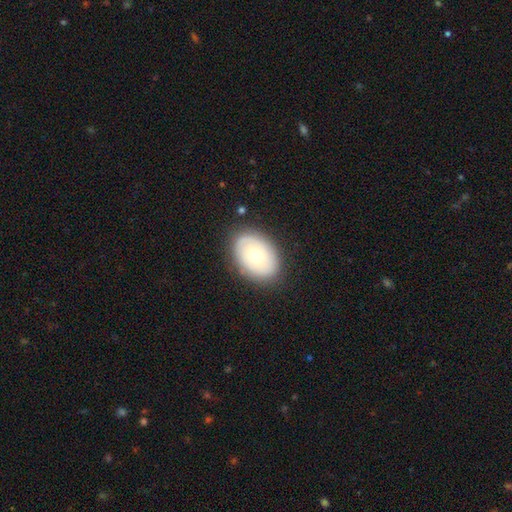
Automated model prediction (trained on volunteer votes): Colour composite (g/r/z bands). It shows a smooth galaxy with no disk features (56%) that is in between round and cigar-shaped (77%). Merging: none (84%).